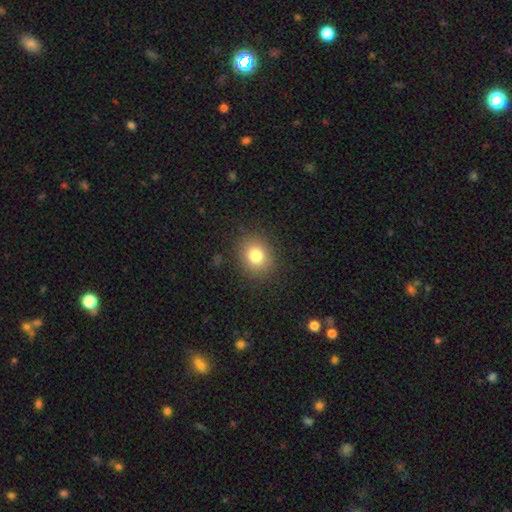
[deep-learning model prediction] A smooth galaxy with no disk features (80%) that is round (68%).

Vote fractions:
- Smooth or featured? smooth: 80% / star or artifact: 12% / featured or disk: 8%
- How rounded? round: 68% / in between: 32% / cigar-shaped: 1%
- Merging? none: 88% / minor disturbance: 8% / major disturbance: 3% / merger: 1%